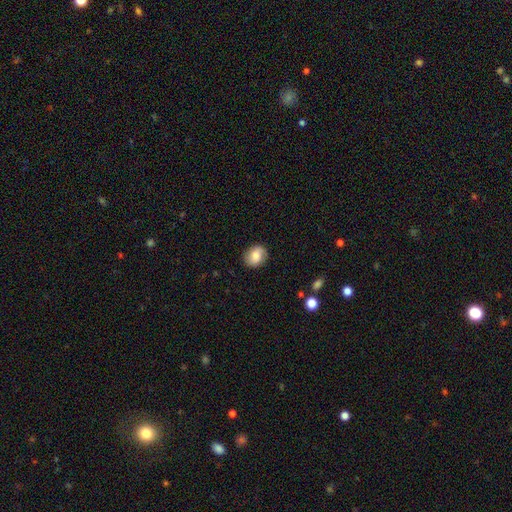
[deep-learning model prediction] Smooth or featured?
  - smooth: 73% *
  - featured or disk: 18%
  - star or artifact: 8%
How rounded?
  - round: 54% *
  - in between: 45%
  - cigar-shaped: 1%
Merging?
  - none: 84% *
  - minor disturbance: 12%
  - major disturbance: 3%
  - merger: 1%